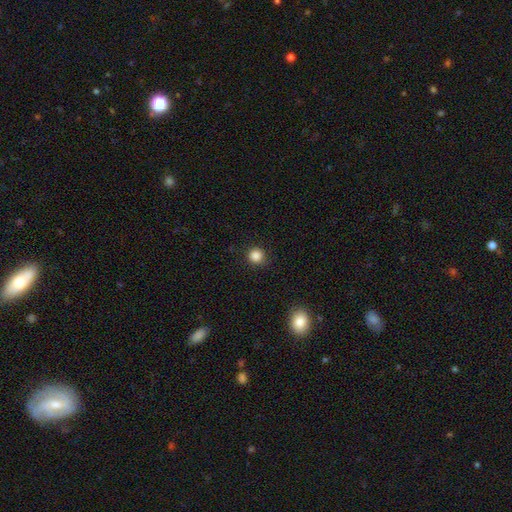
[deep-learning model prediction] Overall: smooth (86%). How rounded: round (93%). Merging: none (89%).